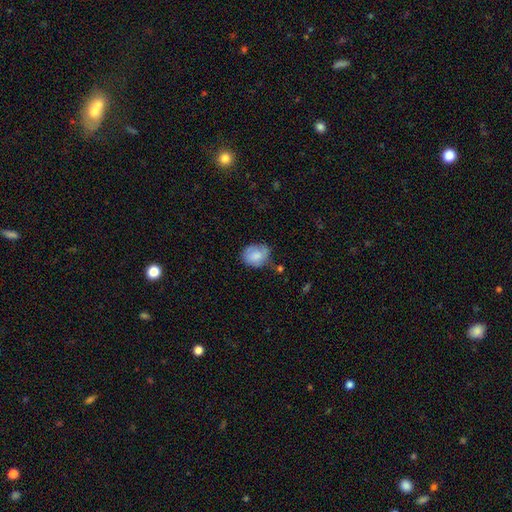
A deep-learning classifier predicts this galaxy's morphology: Smooth or featured? smooth (79%)
How rounded? in between (53%)
Merging? none (51%)